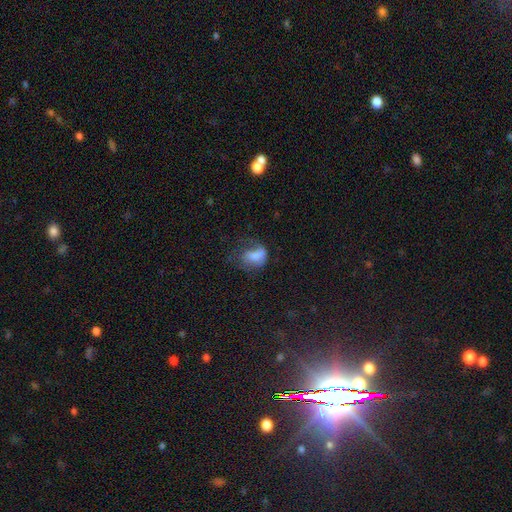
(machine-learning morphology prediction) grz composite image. It shows a smooth galaxy with no disk features (61%) that is in between round and cigar-shaped (77%). Merging: major disturbance (46%).